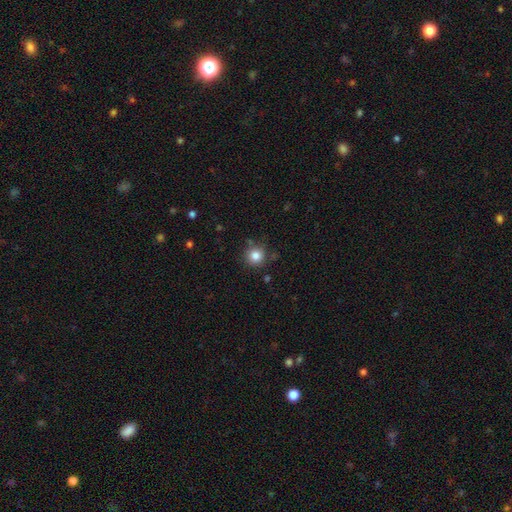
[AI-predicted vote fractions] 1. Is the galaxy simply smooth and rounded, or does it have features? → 83% smooth, 11% star or artifact, 6% featured or disk.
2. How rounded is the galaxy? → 94% round, 5% in between, 1% cigar-shaped.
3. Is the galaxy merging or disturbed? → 85% none, 10% minor disturbance, 3% merger, 3% major disturbance.